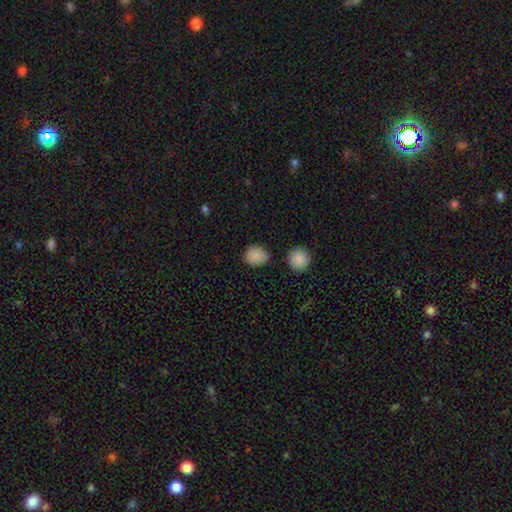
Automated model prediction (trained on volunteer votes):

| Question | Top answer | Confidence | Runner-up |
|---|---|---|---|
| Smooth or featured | smooth | 86% | star or artifact (10%) |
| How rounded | round | 72% | in between (27%) |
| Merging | none | 80% | minor disturbance (12%) |